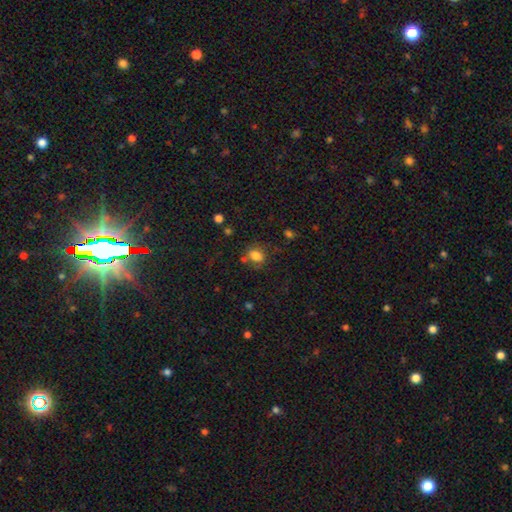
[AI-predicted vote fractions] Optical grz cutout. It shows a smooth galaxy with no disk features (81%) that is in between round and cigar-shaped (54%). Merging: none (66%).